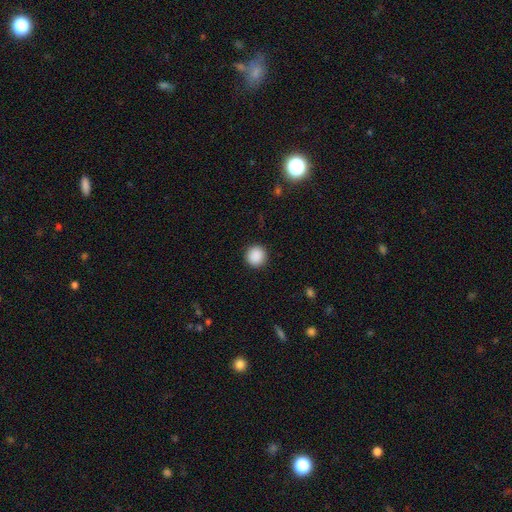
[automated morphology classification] smooth_or_featured: smooth (p=0.89) [alt: star or artifact p=0.08]
how_rounded: round (p=0.94) [alt: in between p=0.05]
merging: none (p=0.92) [alt: minor disturbance p=0.05]